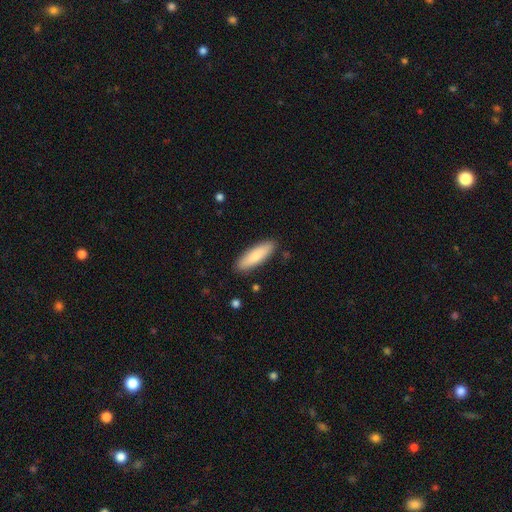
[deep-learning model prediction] This is clearly a smooth galaxy (80%). How rounded: possibly cigar-shaped (50%). Merging: clearly none (88%).